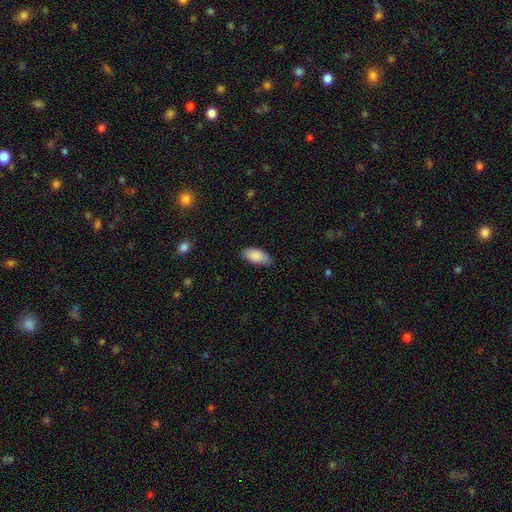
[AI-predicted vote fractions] smooth_or_featured: smooth (p=0.88) [alt: featured or disk p=0.06]
how_rounded: in between (p=0.91) [alt: cigar-shaped p=0.06]
merging: none (p=0.79) [alt: minor disturbance p=0.17]